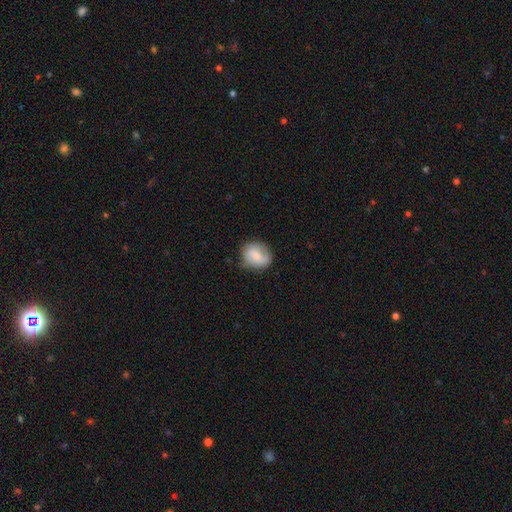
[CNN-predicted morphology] smooth_or_featured: smooth (p=0.66) [alt: featured or disk p=0.27]
how_rounded: round (p=0.69) [alt: in between p=0.30]
merging: none (p=0.70) [alt: minor disturbance p=0.22]